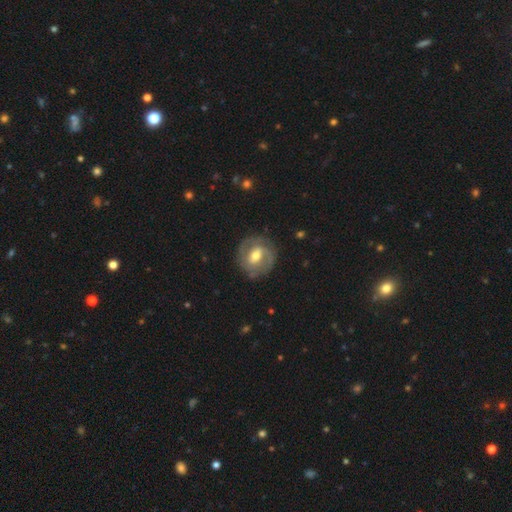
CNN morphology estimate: A featured or disk galaxy (71%) with a weak bar (50%), 2 (75%) tight (47%) spiral arms (82%) and a moderate central bulge (72%). Merging: none (80%).